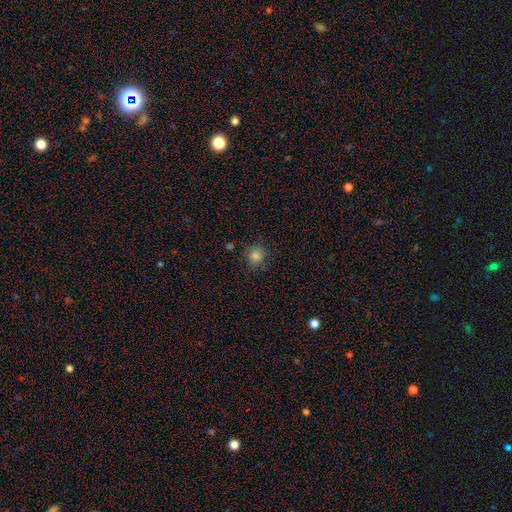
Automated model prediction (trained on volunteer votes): Smooth or featured: smooth — 81% (star or artifact — 14%)
How rounded: round — 89% (in between — 10%)
Merging: none — 82% (minor disturbance — 12%)